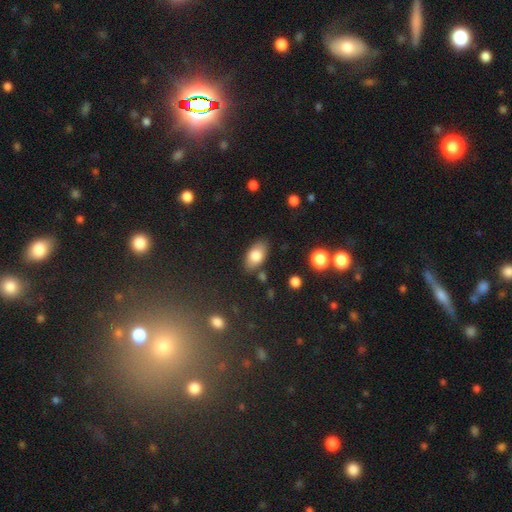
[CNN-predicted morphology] smooth-or-featured: smooth: 80% | featured or disk: 13% | star or artifact: 8%
  how-rounded: in between: 92% | round: 6% | cigar-shaped: 3%
  merging: none: 82% | minor disturbance: 12% | merger: 3% | major disturbance: 3%